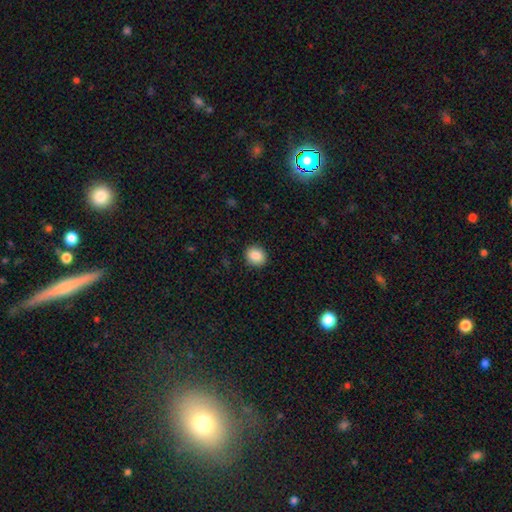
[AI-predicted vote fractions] Smooth or featured?
  - smooth: 88% *
  - star or artifact: 9%
  - featured or disk: 4%
How rounded?
  - round: 73% *
  - in between: 26%
  - cigar-shaped: 1%
Merging?
  - none: 91% *
  - minor disturbance: 6%
  - major disturbance: 2%
  - merger: 1%